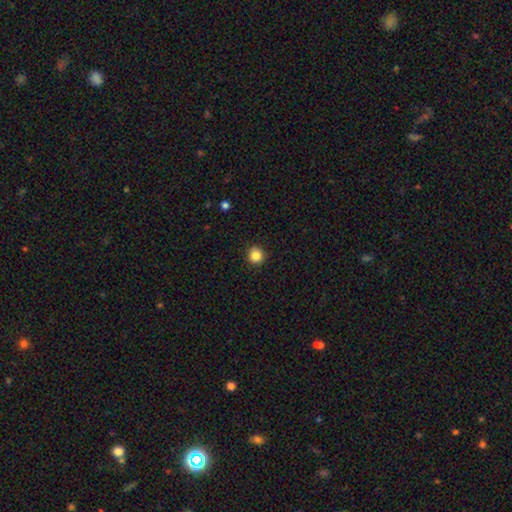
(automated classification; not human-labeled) smooth-or-featured: smooth: 86% | star or artifact: 11% | featured or disk: 4%
  how-rounded: round: 93% | in between: 6% | cigar-shaped: 1%
  merging: none: 91% | minor disturbance: 7% | major disturbance: 2% | merger: 1%